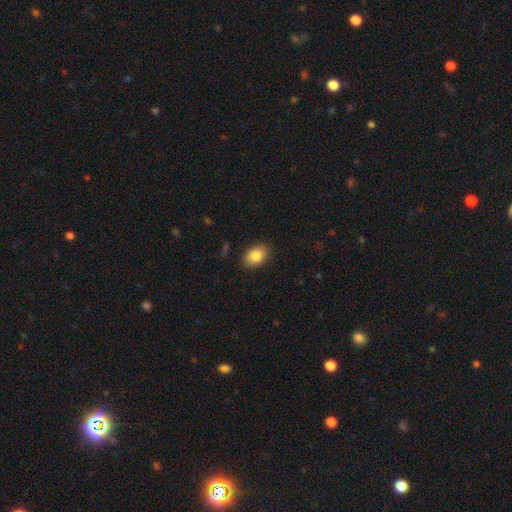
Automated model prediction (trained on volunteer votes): This appears to be a smooth galaxy with no disk features (86%) that is in between round and cigar-shaped (82%). Merging: none (87%).